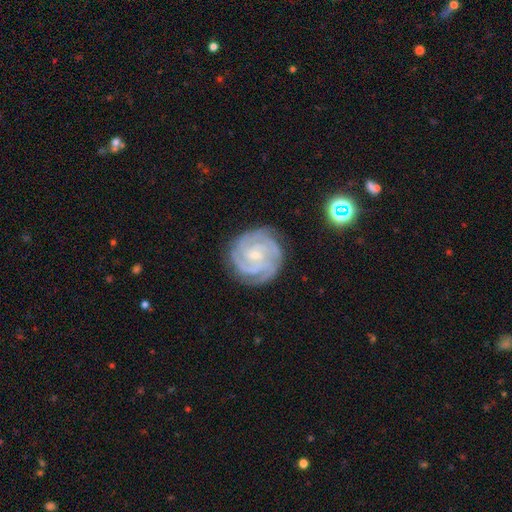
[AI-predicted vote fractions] Overall: featured or disk (88%). Edge-on disk: no (98%). Bar: no (60%; weak 32%). Spiral arms: yes (98%). Spiral arm count: 3 (39%; 4 24%). Spiral winding: tight (79%). Bulge size: small (73%). Merging: none (81%).